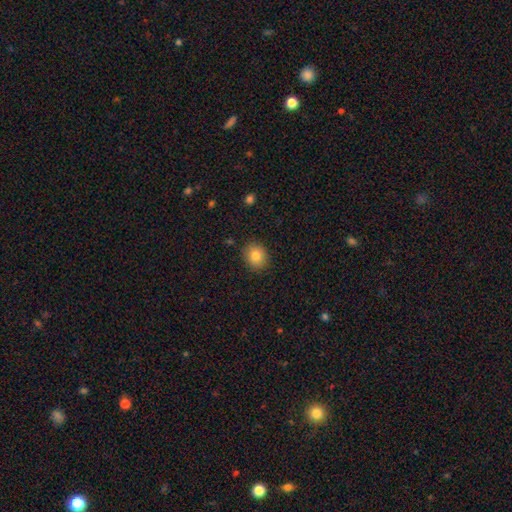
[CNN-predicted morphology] Smooth or featured: smooth — 82% (star or artifact — 10%)
How rounded: round — 72% (in between — 27%)
Merging: none — 89% (minor disturbance — 8%)